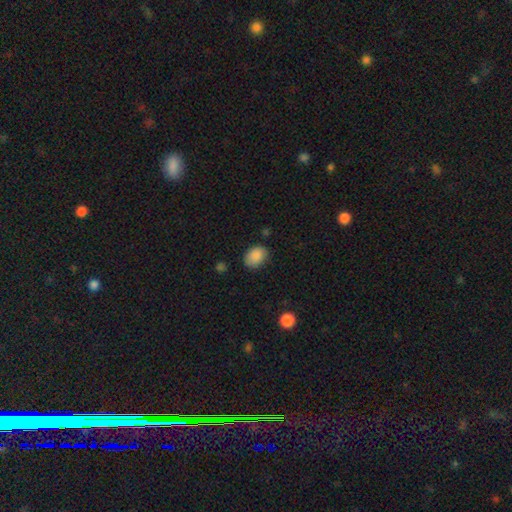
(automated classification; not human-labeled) smooth-or-featured: smooth: 88% | star or artifact: 8% | featured or disk: 4%
  how-rounded: in between: 74% | round: 25% | cigar-shaped: 1%
  merging: none: 77% | minor disturbance: 18% | major disturbance: 4% | merger: 2%